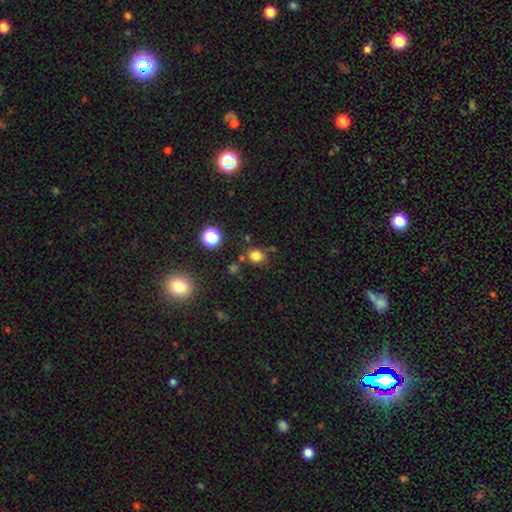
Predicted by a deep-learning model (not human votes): Q: Smooth or featured?
A: smooth (78%); runner-up: star or artifact (16%)
Q: How rounded?
A: round (78%); runner-up: in between (21%)
Q: Merging?
A: none (76%); runner-up: minor disturbance (13%)